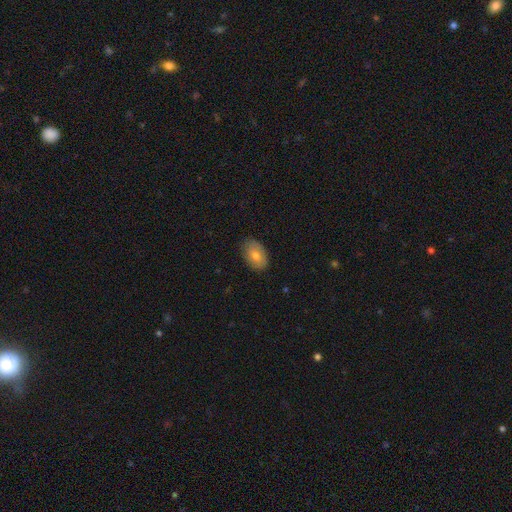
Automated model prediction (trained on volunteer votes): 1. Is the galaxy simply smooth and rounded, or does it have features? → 71% smooth, 22% featured or disk, 7% star or artifact.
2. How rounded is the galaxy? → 88% in between, 11% round, 1% cigar-shaped.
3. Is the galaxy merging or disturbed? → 83% none, 14% minor disturbance, 3% major disturbance, 1% merger.